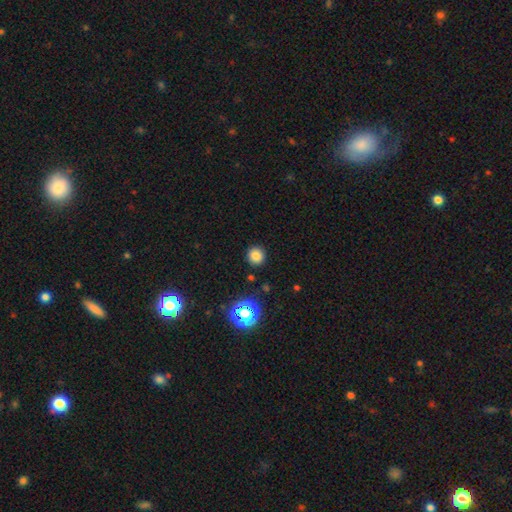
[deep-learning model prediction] Smooth or featured? smooth (79%)
How rounded? round (93%)
Merging? none (90%)